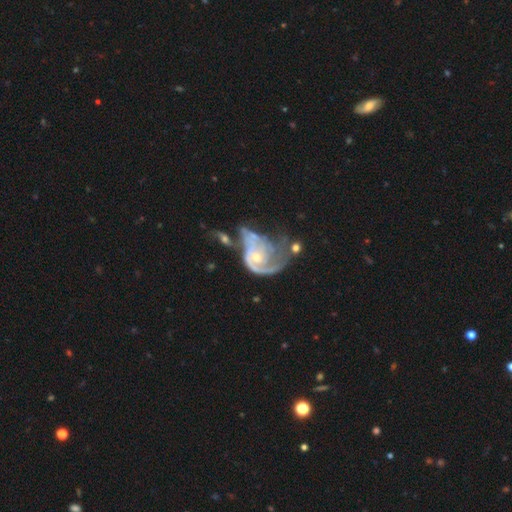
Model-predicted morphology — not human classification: Smooth or featured? Predicted: featured or disk (p=0.86). Edge-on disk? Predicted: no (p=0.98). Bar? Predicted: no (p=0.71). Spiral arms? Predicted: yes (p=0.91). Spiral winding? Predicted: tight (p=0.40). Spiral arm count? Predicted: 2 (p=0.43). Bulge size? Predicted: small (p=0.52). Merging? Predicted: major disturbance (p=0.37).